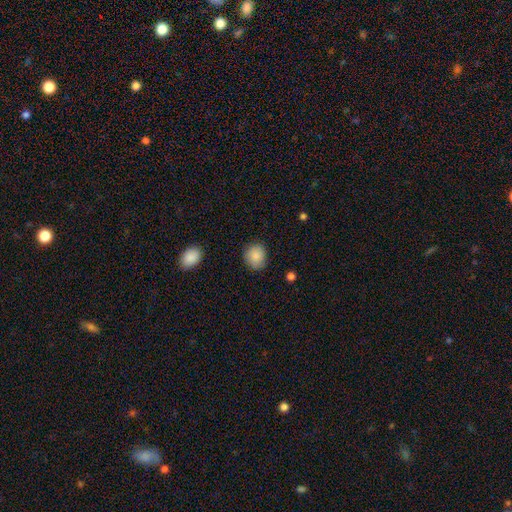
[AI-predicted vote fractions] Smooth or featured? smooth (86%)
How rounded? round (70%)
Merging? none (79%)